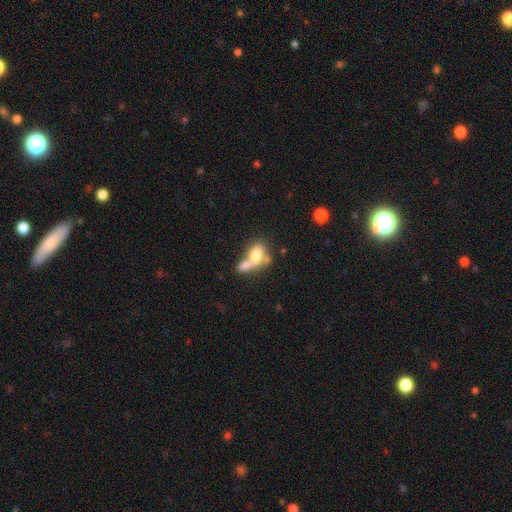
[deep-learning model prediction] Smooth or featured? smooth (69%)
How rounded? in between (76%)
Merging? merger (64%)